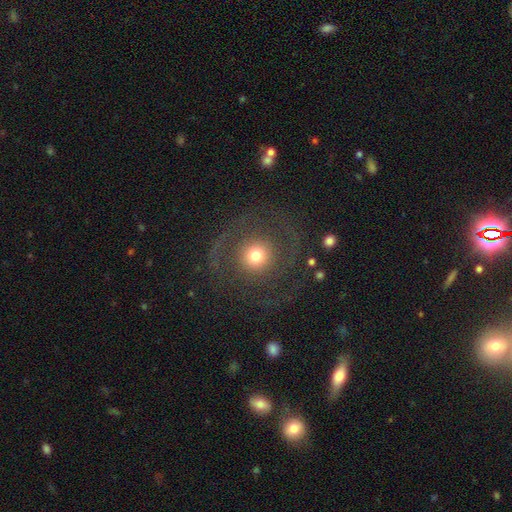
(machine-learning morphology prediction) This is possibly a featured or disk galaxy (50%). Merging: likely none (71%).